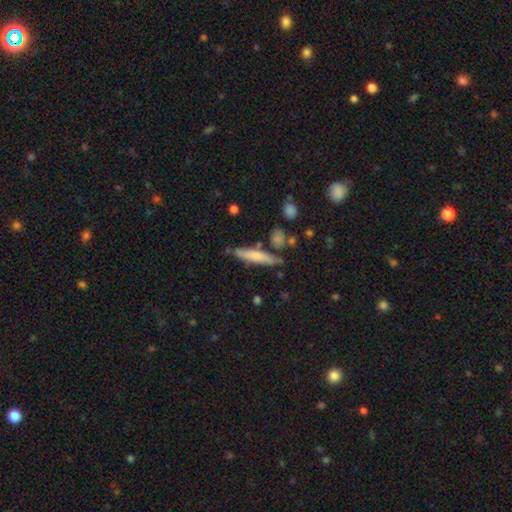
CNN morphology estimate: Smooth or featured?
  - smooth: 68% *
  - featured or disk: 25%
  - star or artifact: 6%
How rounded?
  - cigar-shaped: 85% *
  - in between: 13%
  - round: 2%
Merging?
  - none: 74% *
  - minor disturbance: 15%
  - merger: 8%
  - major disturbance: 3%